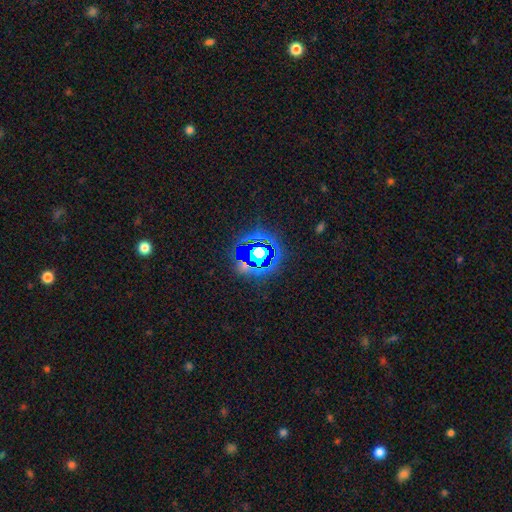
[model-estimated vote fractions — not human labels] A star or artifact, not a galaxy (71%).

Vote fractions:
- Smooth or featured? star or artifact: 71% / smooth: 17% / featured or disk: 12%